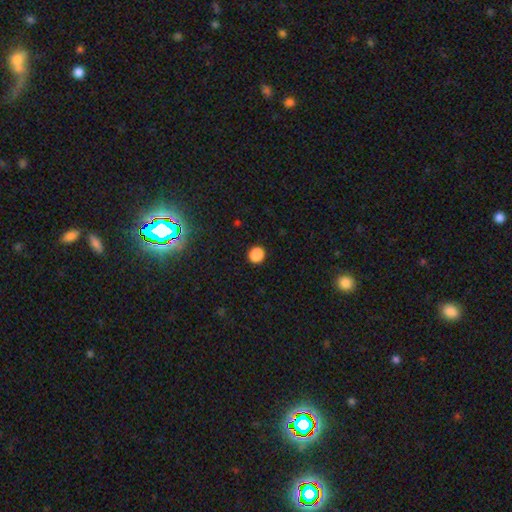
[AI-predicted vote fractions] Smooth or featured? Predicted: smooth (p=0.86). How rounded? Predicted: round (p=0.90). Merging? Predicted: none (p=0.93).